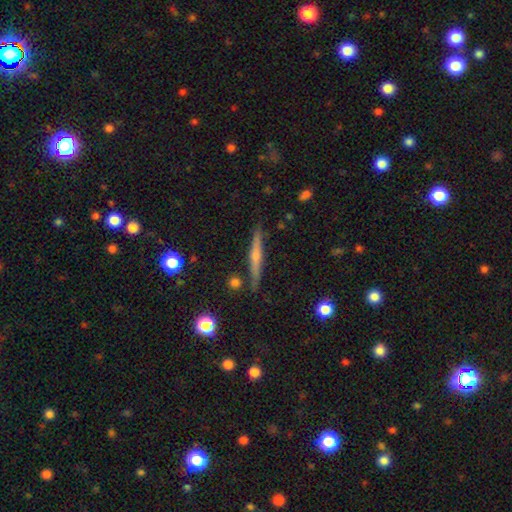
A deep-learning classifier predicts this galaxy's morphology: Smooth or featured: featured or disk — 66% (smooth — 27%)
Edge-on disk: yes — 97% (no — 3%)
Edge-on bulge: rounded — 75% (none — 19%)
Merging: none — 88% (minor disturbance — 8%)